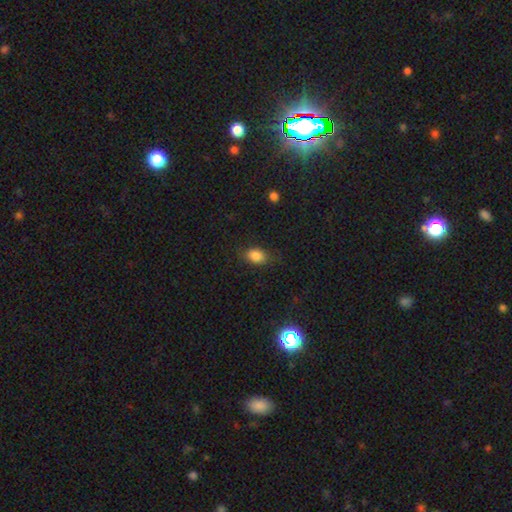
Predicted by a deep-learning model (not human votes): smooth-or-featured: smooth: 83% | star or artifact: 10% | featured or disk: 7%
  how-rounded: in between: 79% | round: 19% | cigar-shaped: 2%
  merging: none: 79% | minor disturbance: 15% | major disturbance: 4% | merger: 1%